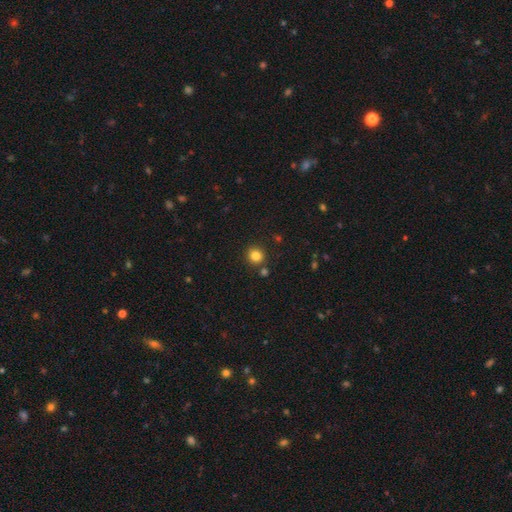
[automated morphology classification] Smooth or featured: smooth — 83% (star or artifact — 12%)
How rounded: round — 91% (in between — 8%)
Merging: none — 85% (minor disturbance — 7%)